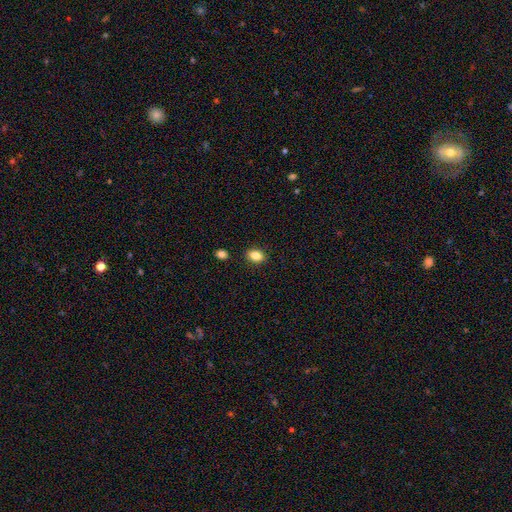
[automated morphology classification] smooth_or_featured: smooth (p=0.83) [alt: star or artifact p=0.09]
how_rounded: in between (p=0.76) [alt: round p=0.22]
merging: none (p=0.88) [alt: minor disturbance p=0.08]